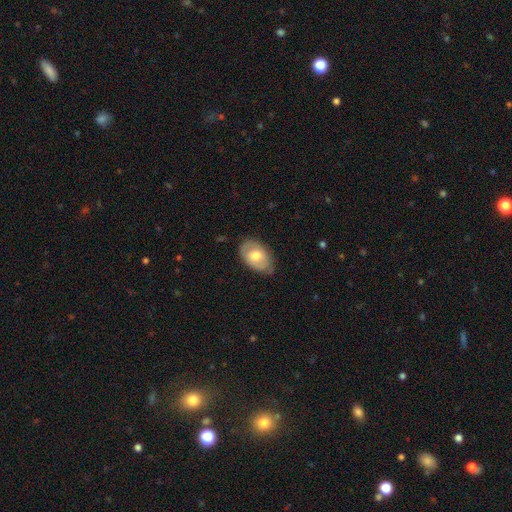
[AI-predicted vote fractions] Smooth or featured: smooth — 59% (featured or disk — 34%)
How rounded: in between — 88% (round — 11%)
Merging: none — 69% (minor disturbance — 25%)